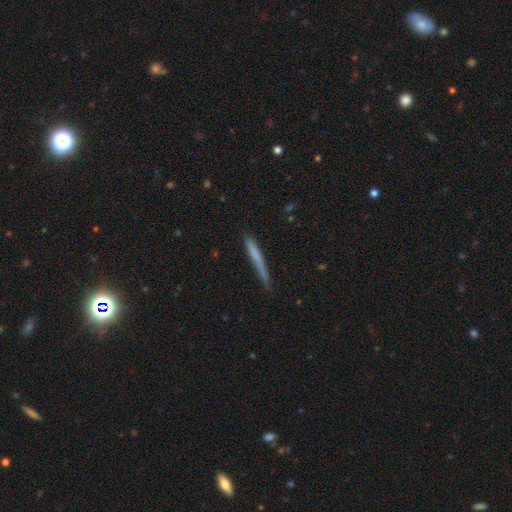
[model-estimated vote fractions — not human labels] This is likely a smooth galaxy (66%). How rounded: clearly cigar-shaped (96%). Merging: likely none (73%).